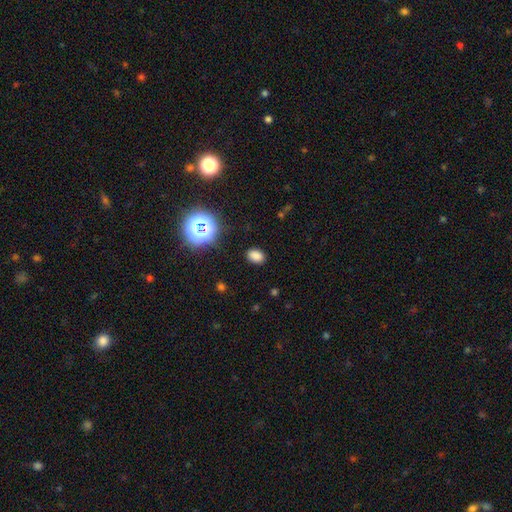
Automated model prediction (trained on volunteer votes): Smooth or featured: smooth — 79% (star or artifact — 16%)
How rounded: in between — 78% (round — 21%)
Merging: none — 87% (minor disturbance — 9%)